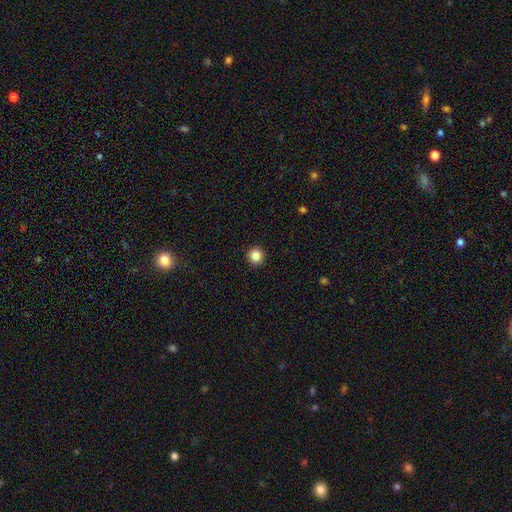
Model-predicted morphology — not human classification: smooth 85%, star or artifact 11%, featured or disk 4%. Down the decision tree: how rounded — round (95%); merging — none (93%).